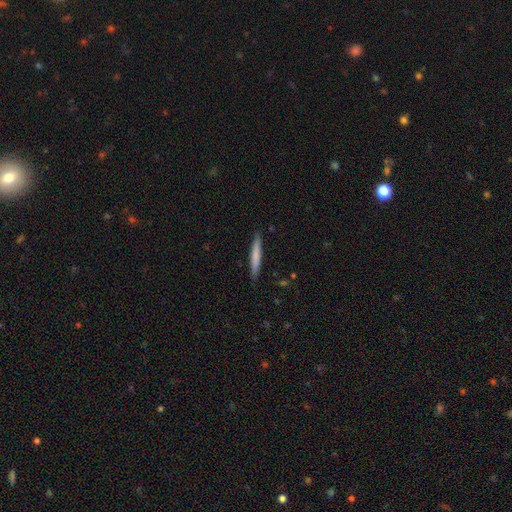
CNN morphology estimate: Smooth or featured: smooth — 70% (featured or disk — 24%)
How rounded: cigar-shaped — 95% (in between — 4%)
Merging: none — 89% (minor disturbance — 8%)